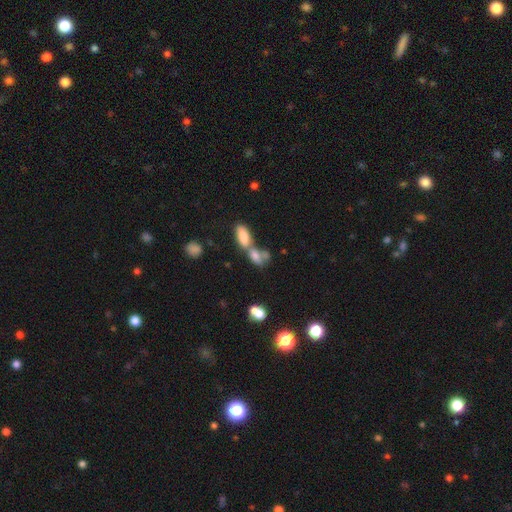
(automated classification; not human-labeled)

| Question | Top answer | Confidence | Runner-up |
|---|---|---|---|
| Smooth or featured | smooth | 71% | featured or disk (17%) |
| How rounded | in between | 81% | round (11%) |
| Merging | merger | 62% | none (23%) |